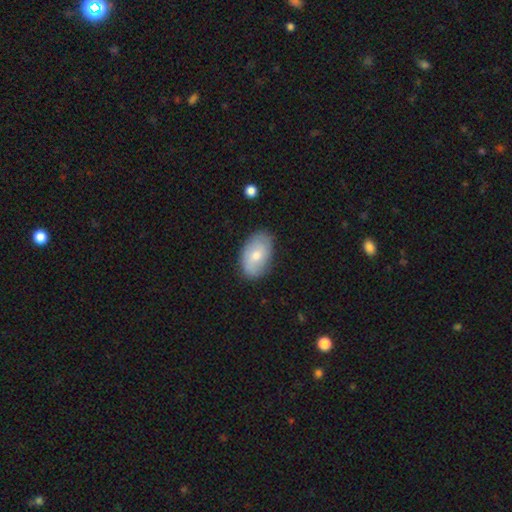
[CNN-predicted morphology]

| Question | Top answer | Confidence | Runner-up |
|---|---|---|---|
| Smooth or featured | smooth | 65% | featured or disk (28%) |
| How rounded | in between | 92% | round (7%) |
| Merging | none | 80% | minor disturbance (15%) |